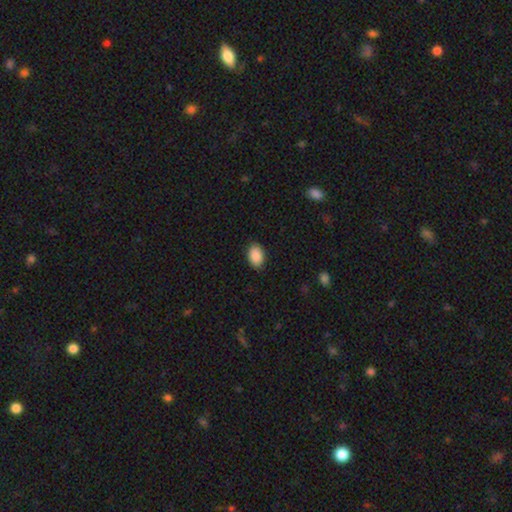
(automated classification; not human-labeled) Smooth or featured? Predicted: smooth (p=0.90). How rounded? Predicted: in between (p=0.87). Merging? Predicted: none (p=0.88).